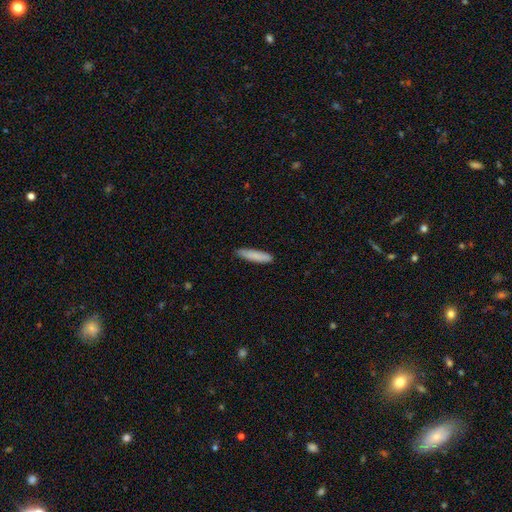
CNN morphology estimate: Smooth or featured? smooth (84%)
How rounded? cigar-shaped (83%)
Merging? none (86%)